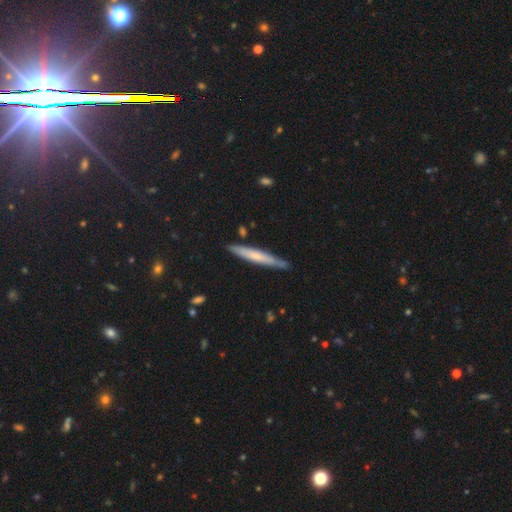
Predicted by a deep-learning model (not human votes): A smooth galaxy with no disk features (55%) that is cigar-shaped (95%).

Vote fractions:
- Smooth or featured? smooth: 55% / featured or disk: 40% / star or artifact: 6%
- How rounded? cigar-shaped: 95% / in between: 4% / round: 1%
- Merging? none: 84% / minor disturbance: 12% / merger: 3% / major disturbance: 2%